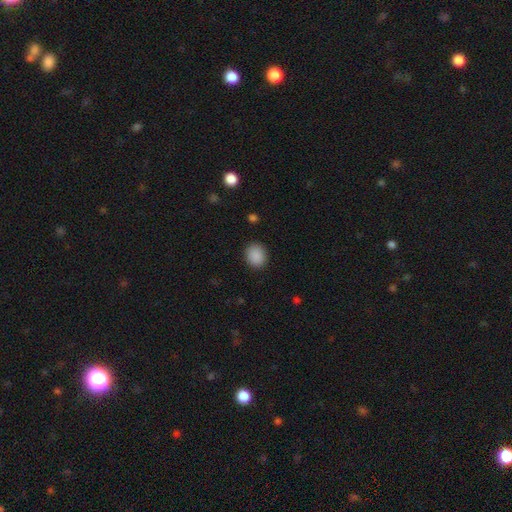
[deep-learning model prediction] smooth 89%, star or artifact 8%, featured or disk 3%. Down the decision tree: how rounded — round (61%); merging — none (88%).